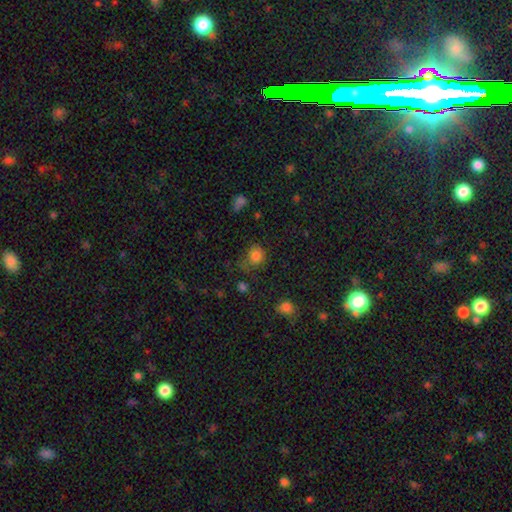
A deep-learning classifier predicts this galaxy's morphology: smooth 81%, star or artifact 13%, featured or disk 6%. Down the decision tree: how rounded — round (74%); merging — none (55%).